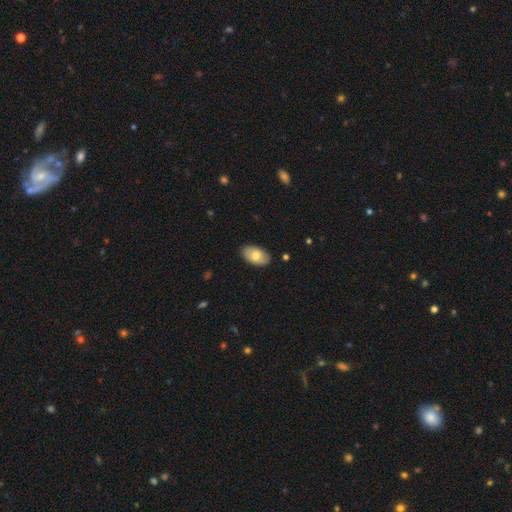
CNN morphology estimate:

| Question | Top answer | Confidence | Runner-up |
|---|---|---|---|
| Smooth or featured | smooth | 74% | featured or disk (20%) |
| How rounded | in between | 94% | round (5%) |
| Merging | none | 85% | minor disturbance (12%) |